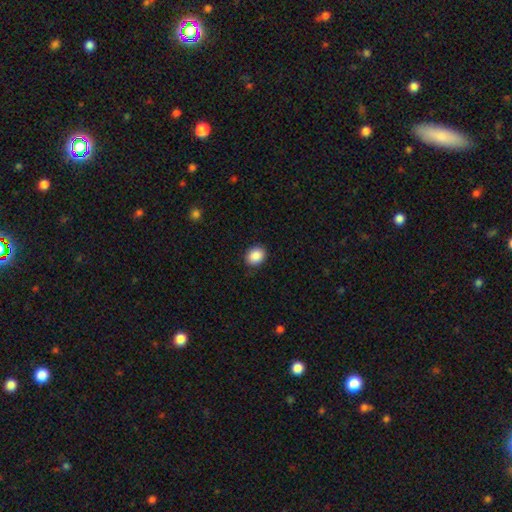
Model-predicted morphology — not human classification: Smooth or featured: smooth — 88% (star or artifact — 8%)
How rounded: round — 54% (in between — 46%)
Merging: none — 87% (minor disturbance — 10%)